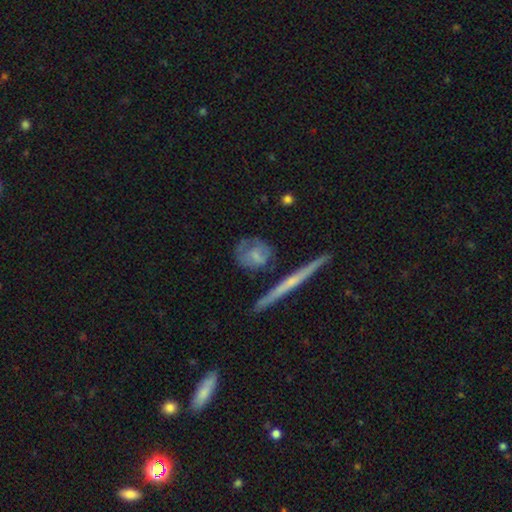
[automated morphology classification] This appears to be a smooth galaxy with no disk features (55%) that is round (57%). Merging: none (59%).